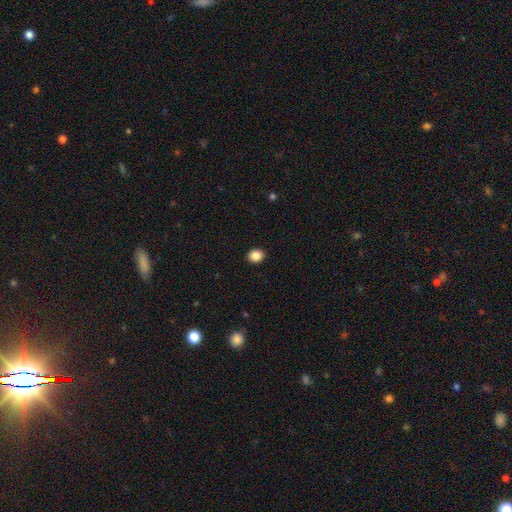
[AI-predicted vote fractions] Smooth or featured: smooth — 87% (star or artifact — 9%)
How rounded: round — 56% (in between — 43%)
Merging: none — 92% (minor disturbance — 6%)